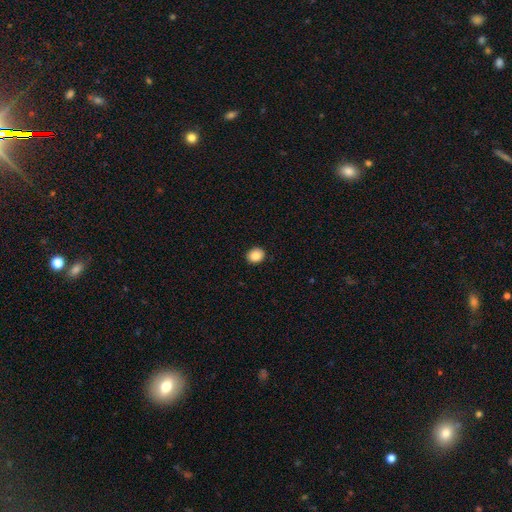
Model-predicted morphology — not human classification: type=smooth (87%); roundness=round (69%); merging=none (90%).